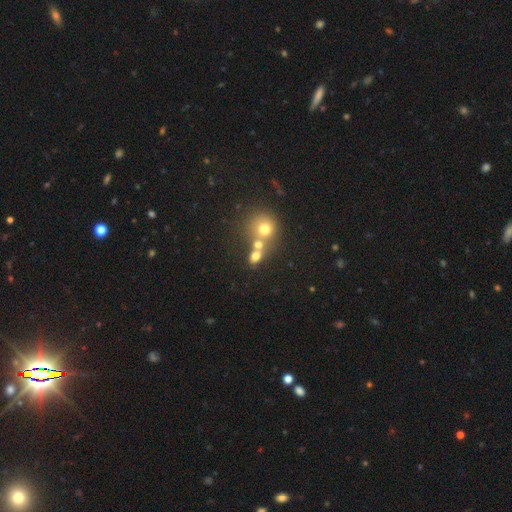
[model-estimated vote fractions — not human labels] This is likely a smooth galaxy (68%). How rounded: possibly round (57%). Merging: possibly merger (51%).